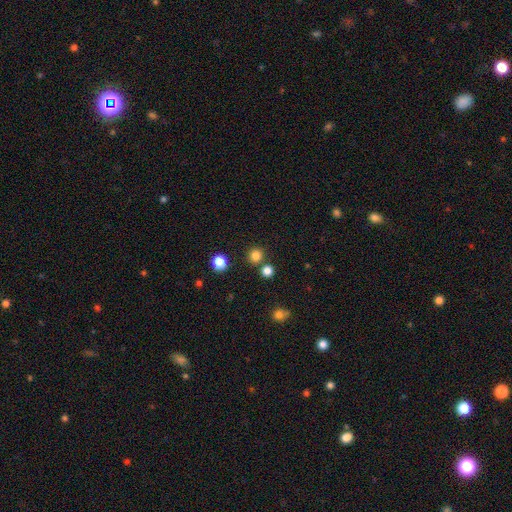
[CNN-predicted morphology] Smooth or featured? smooth (81%)
How rounded? round (92%)
Merging? none (81%)